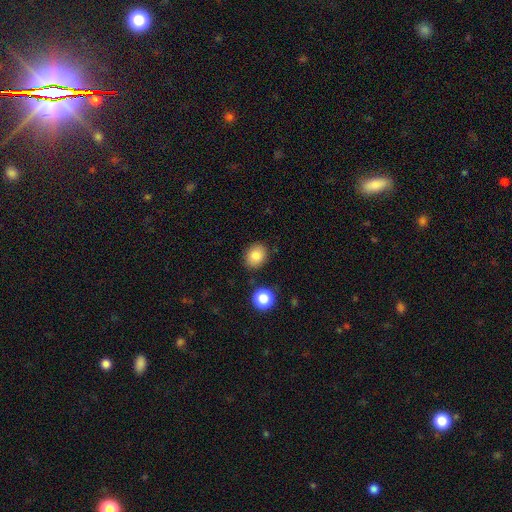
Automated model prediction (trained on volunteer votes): Smooth or featured: smooth — 84% (star or artifact — 10%)
How rounded: round — 59% (in between — 41%)
Merging: none — 84% (minor disturbance — 10%)